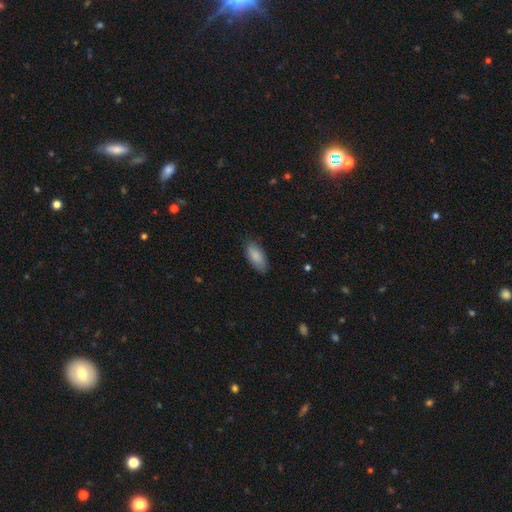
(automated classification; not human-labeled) This is clearly a smooth galaxy (88%). How rounded: clearly in between (86%). Merging: clearly none (82%).